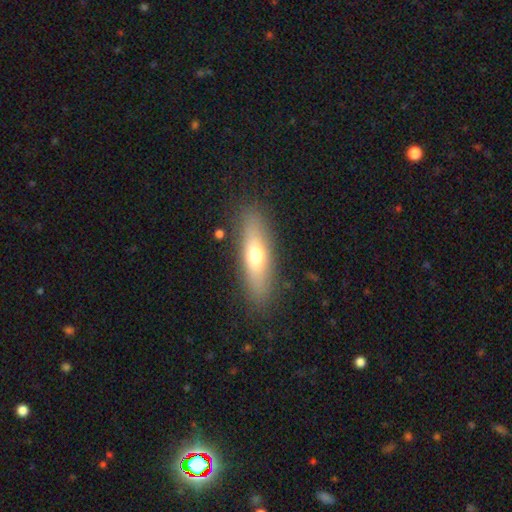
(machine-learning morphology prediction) The model was most divided on "how rounded": cigar-shaped: 51%, in between: 46%, round: 3%. More confident: merging — none (85%); smooth or featured — smooth (62%).